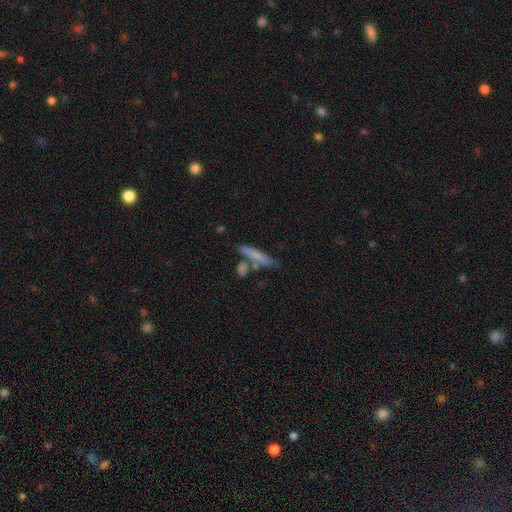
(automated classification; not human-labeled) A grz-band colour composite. It shows a smooth galaxy with no disk features (69%) that is cigar-shaped (84%). Merging: none (65%).